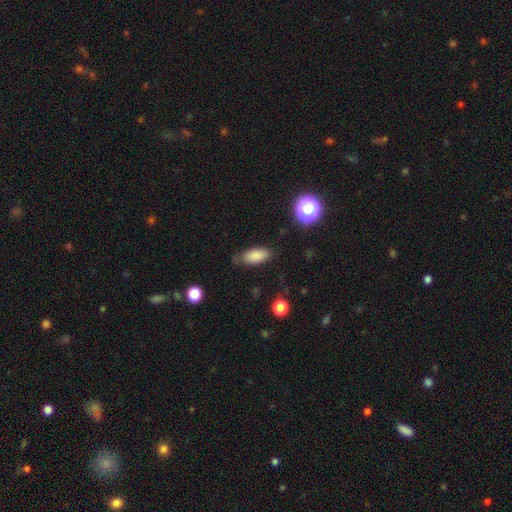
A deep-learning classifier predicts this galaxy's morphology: Q: Smooth or featured?
A: smooth (84%); runner-up: star or artifact (9%)
Q: How rounded?
A: in between (85%); runner-up: cigar-shaped (12%)
Q: Merging?
A: none (73%); runner-up: minor disturbance (20%)